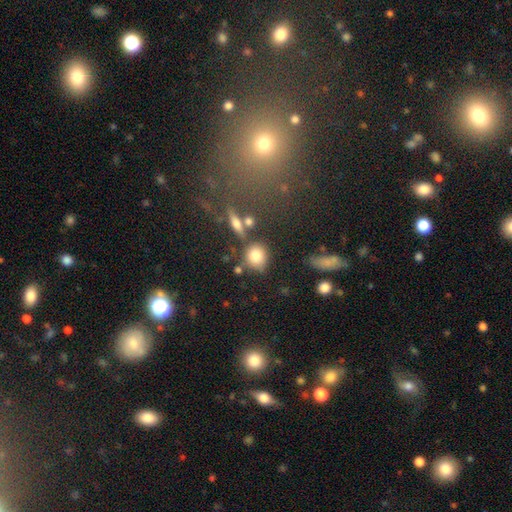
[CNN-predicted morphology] The model was most divided on "how rounded": round: 76%, in between: 22%, cigar-shaped: 2%. More confident: smooth or featured — smooth (80%); merging — none (68%).